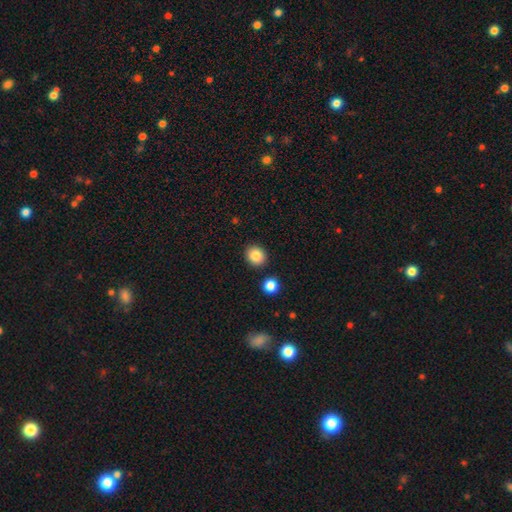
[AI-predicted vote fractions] Smooth or featured? smooth (86%)
How rounded? round (76%)
Merging? none (88%)